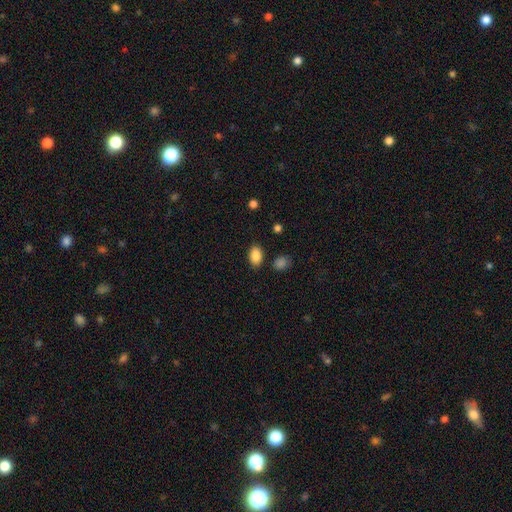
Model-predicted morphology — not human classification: This is clearly a smooth galaxy (88%). How rounded: clearly in between (87%). Merging: clearly none (84%).